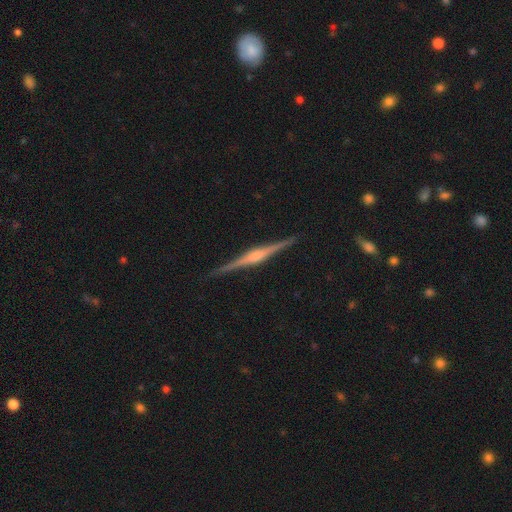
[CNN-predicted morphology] This appears to be a featured or disk galaxy (85%) viewed edge-on (99%) with a rounded central bulge (68%). Merging: none (91%).